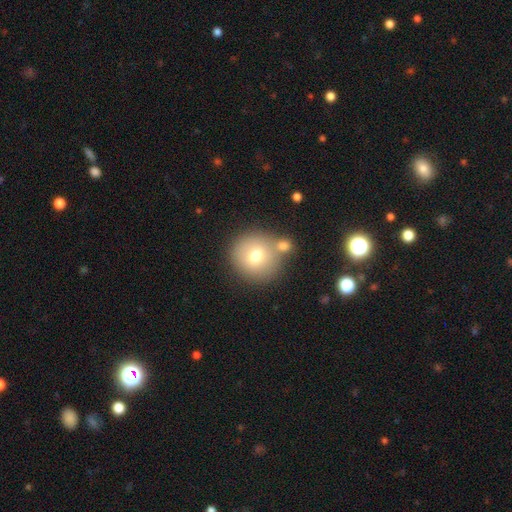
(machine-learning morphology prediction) Overall: smooth (73%). How rounded: round (92%). Merging: none (65%).